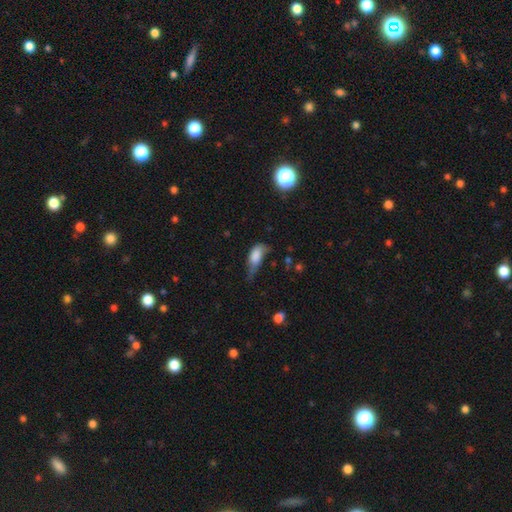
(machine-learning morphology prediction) The model was most divided on "merging": major disturbance: 38%, minor disturbance: 37%, none: 20%, merger: 4%. More confident: how rounded — in between (84%); smooth or featured — smooth (72%).